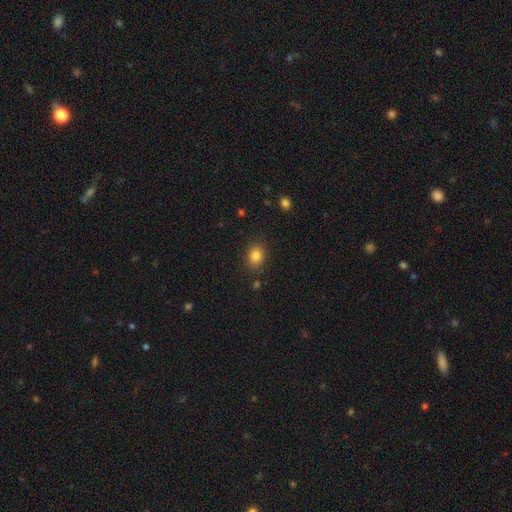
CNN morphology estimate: A smooth galaxy with no disk features (84%) that is in between round and cigar-shaped (54%). Merging: none (85%).